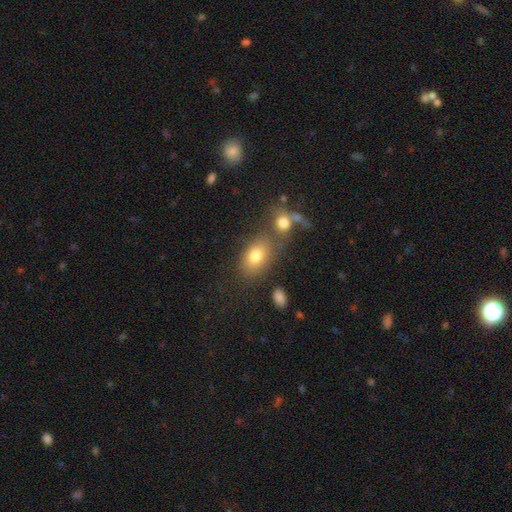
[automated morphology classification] smooth 76%, featured or disk 13%, star or artifact 11%. Down the decision tree: how rounded — in between (77%); merging — none (55%).